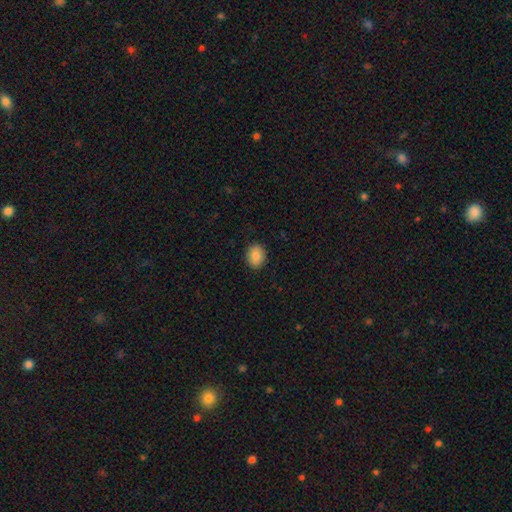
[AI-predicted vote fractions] Smooth or featured: smooth — 87% (star or artifact — 8%)
How rounded: in between — 57% (round — 42%)
Merging: none — 89% (minor disturbance — 8%)